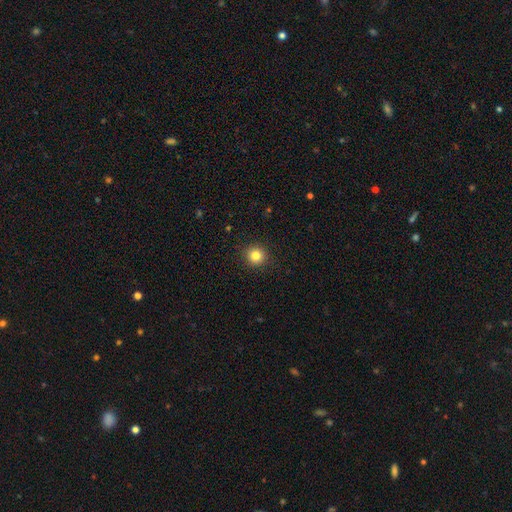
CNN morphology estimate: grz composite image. It shows a smooth galaxy with no disk features (82%) that is round (93%). Merging: none (91%).